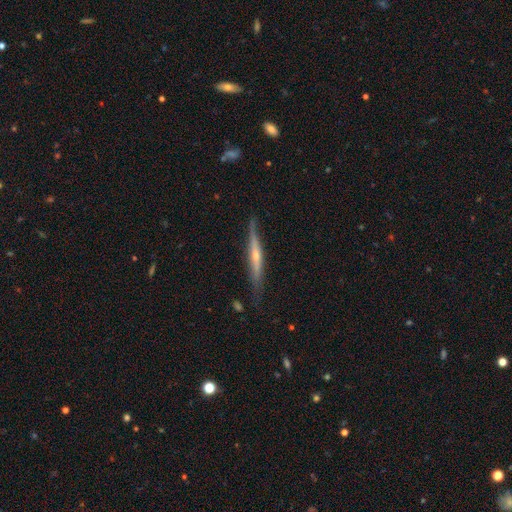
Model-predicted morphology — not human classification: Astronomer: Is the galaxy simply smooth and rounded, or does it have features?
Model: featured or disk — 73%.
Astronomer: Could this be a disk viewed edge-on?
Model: yes — 96%.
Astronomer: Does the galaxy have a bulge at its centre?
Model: rounded — 73%.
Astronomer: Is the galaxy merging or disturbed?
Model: none — 80%.